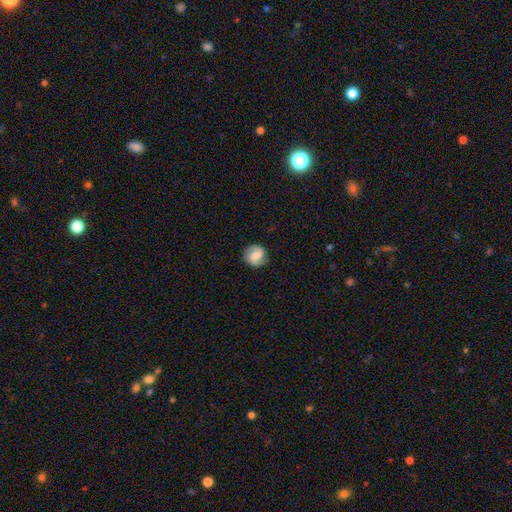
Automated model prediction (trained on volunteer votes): smooth-or-featured: smooth: 54% | featured or disk: 38% | star or artifact: 8%
  how-rounded: round: 85% | in between: 14% | cigar-shaped: 1%
  merging: none: 83% | minor disturbance: 12% | major disturbance: 3% | merger: 1%